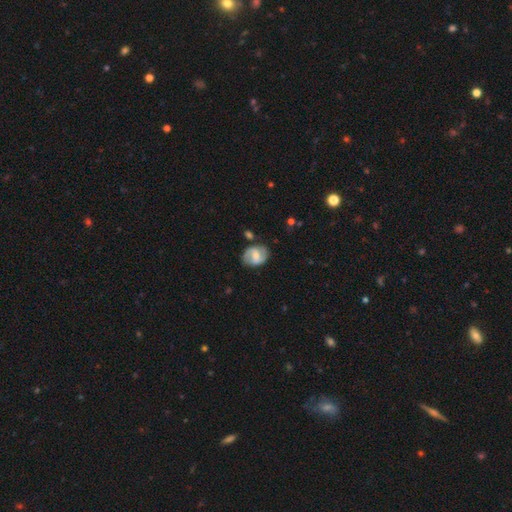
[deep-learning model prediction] Overall: featured or disk (64%; smooth 30%). Edge-on disk: no (97%). Bar: weak (49%; strong 26%). Spiral arms: yes (83%). Spiral arm count: 2 (86%). Spiral winding: medium (46%; loose 28%). Bulge size: moderate (54%; small 36%). Merging: none (74%).